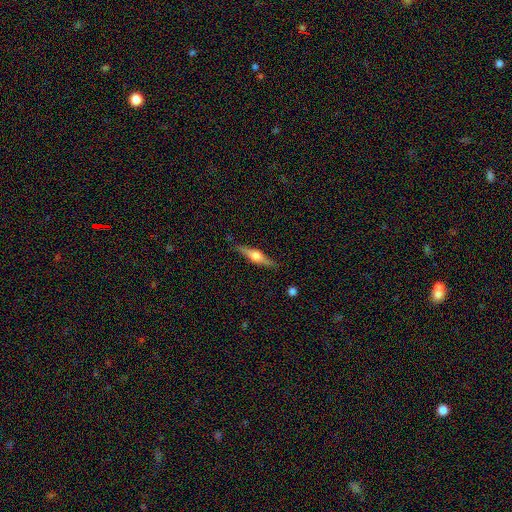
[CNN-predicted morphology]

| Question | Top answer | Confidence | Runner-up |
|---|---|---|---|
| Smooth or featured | featured or disk | 70% | smooth (24%) |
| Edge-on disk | yes | 97% | no (3%) |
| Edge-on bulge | rounded | 92% | boxy (6%) |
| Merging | none | 86% | minor disturbance (10%) |